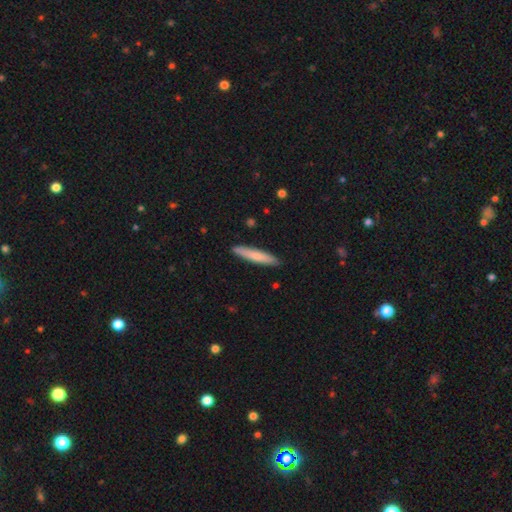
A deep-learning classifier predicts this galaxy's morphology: Smooth or featured? smooth (73%)
How rounded? cigar-shaped (91%)
Merging? none (90%)